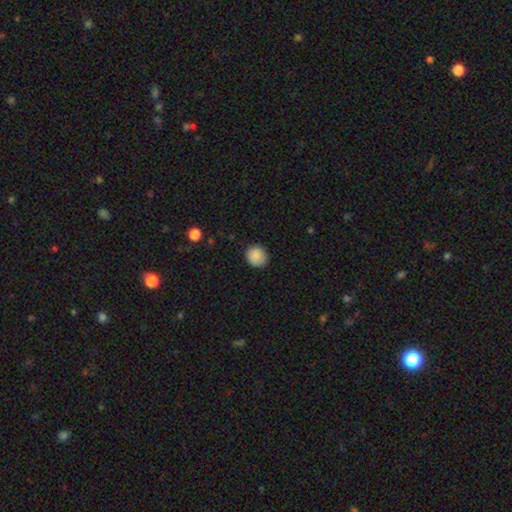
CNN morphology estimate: Smooth or featured? smooth (88%)
How rounded? round (84%)
Merging? none (85%)